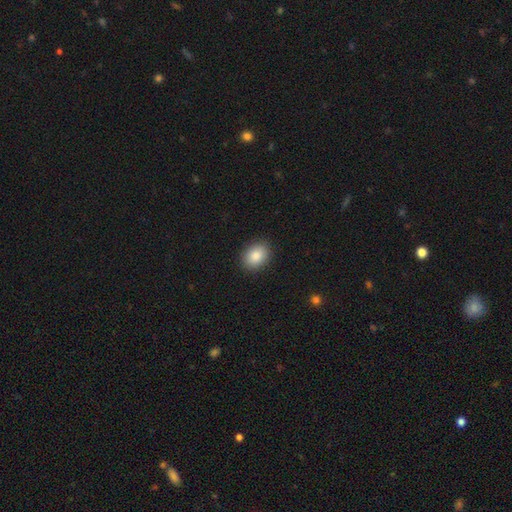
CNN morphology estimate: smooth-or-featured: smooth: 86% | star or artifact: 8% | featured or disk: 6%
  how-rounded: in between: 67% | round: 32% | cigar-shaped: 1%
  merging: none: 89% | minor disturbance: 8% | major disturbance: 2% | merger: 1%